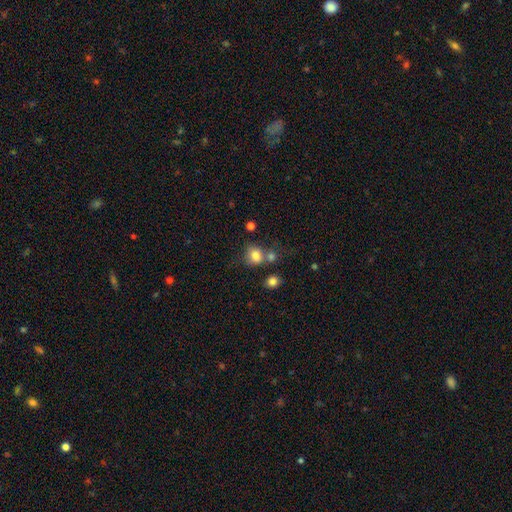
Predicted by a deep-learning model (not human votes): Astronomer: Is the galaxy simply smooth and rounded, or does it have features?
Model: smooth — 80%.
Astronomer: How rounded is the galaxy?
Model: round — 67%.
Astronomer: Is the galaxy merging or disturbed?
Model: none — 52%.